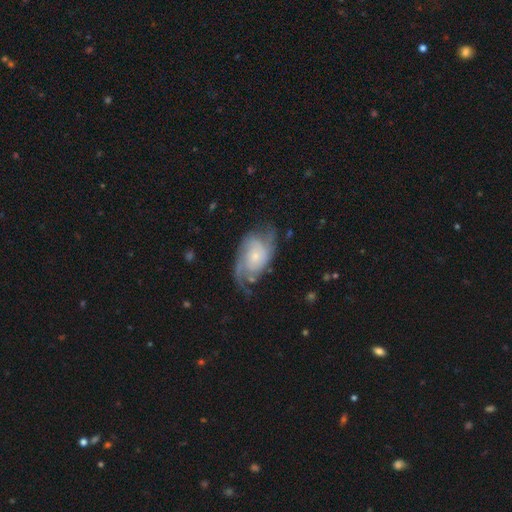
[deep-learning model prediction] The model was most divided on "spiral winding": medium: 42%, tight: 33%, loose: 25%. More confident: edge-on disk — no (97%); spiral arms — yes (94%); smooth or featured — featured or disk (80%); bar — no (73%); bulge size — small (66%); merging — none (59%); spiral arm count — 2 (56%).